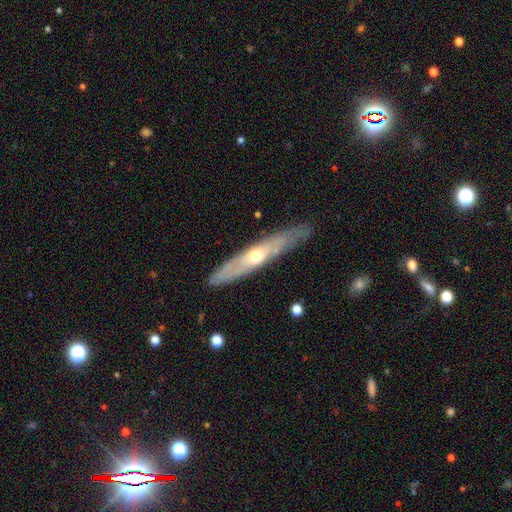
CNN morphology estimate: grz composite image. It shows a featured or disk galaxy (66%) viewed edge-on (74%). Merging: none (82%).